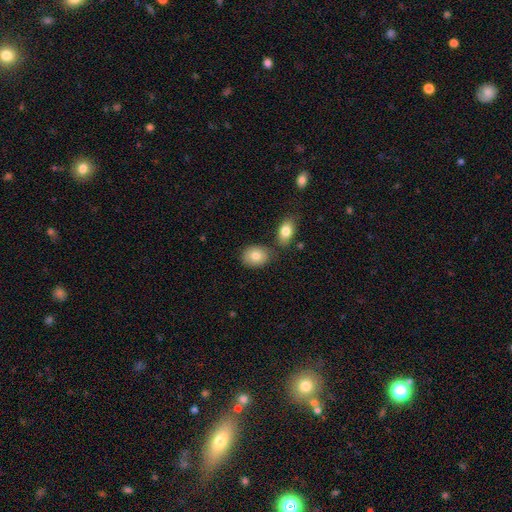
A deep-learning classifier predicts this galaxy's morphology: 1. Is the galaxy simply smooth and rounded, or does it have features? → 81% smooth, 11% featured or disk, 7% star or artifact.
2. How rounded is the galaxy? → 66% in between, 33% round, 1% cigar-shaped.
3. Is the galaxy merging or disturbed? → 72% none, 13% merger, 12% minor disturbance, 3% major disturbance.